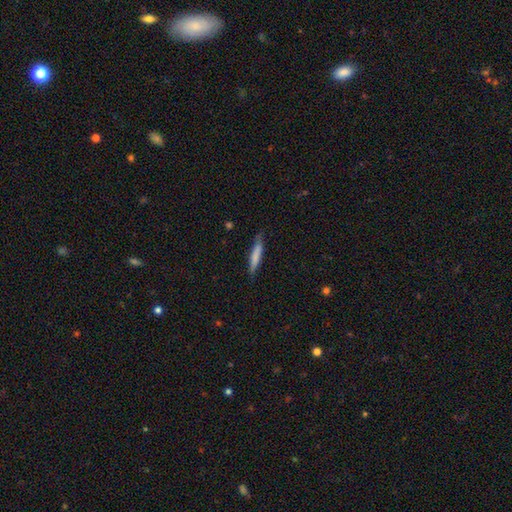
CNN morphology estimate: The model was most divided on "smooth or featured": smooth: 72%, featured or disk: 22%, star or artifact: 6%. More confident: how rounded — cigar-shaped (90%); merging — none (77%).